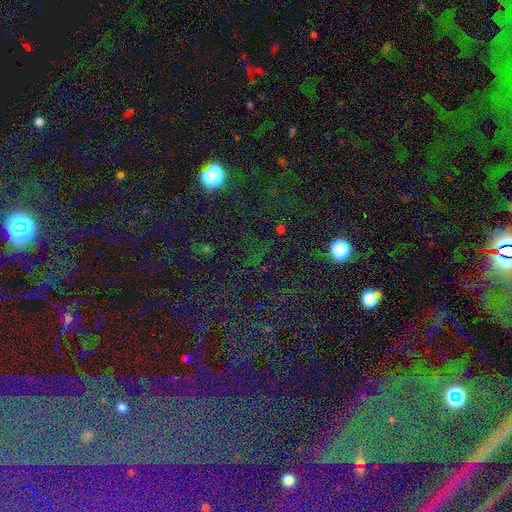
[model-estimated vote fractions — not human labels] Smooth or featured? Predicted: star or artifact (p=0.71).